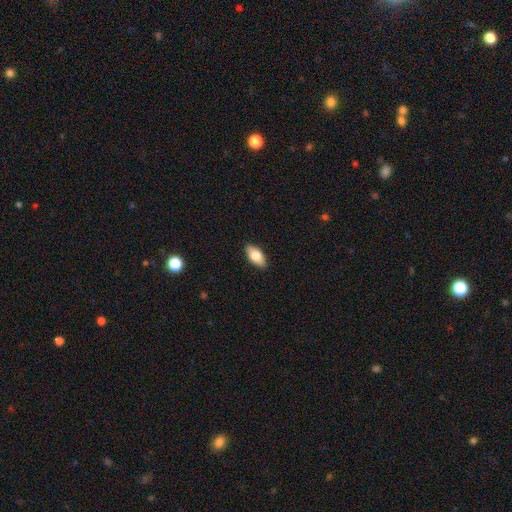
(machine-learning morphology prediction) The model was most divided on "smooth or featured": smooth: 79%, featured or disk: 14%, star or artifact: 6%. More confident: how rounded — in between (91%); merging — none (89%).